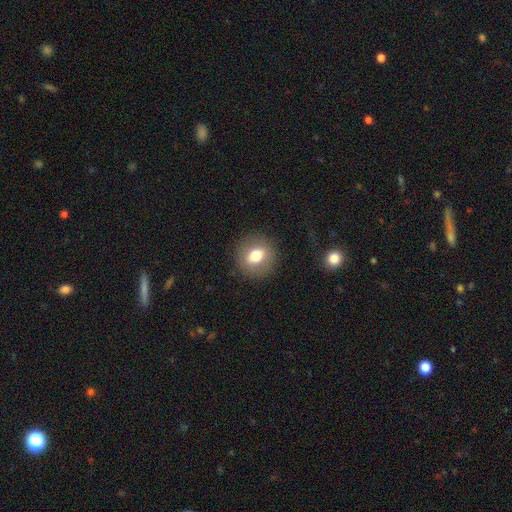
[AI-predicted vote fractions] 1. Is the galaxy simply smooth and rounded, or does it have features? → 70% smooth, 20% featured or disk, 10% star or artifact.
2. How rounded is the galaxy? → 76% round, 23% in between, 1% cigar-shaped.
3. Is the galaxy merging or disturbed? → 87% none, 8% minor disturbance, 3% major disturbance, 1% merger.